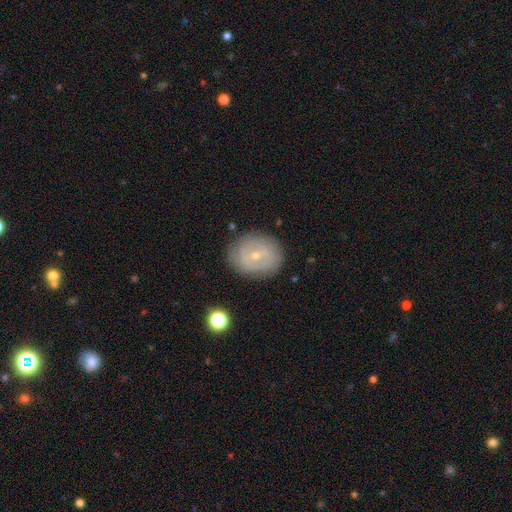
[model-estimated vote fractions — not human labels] A featured or disk galaxy (59%) with a weak bar (43%, tied with no), spiral arms (51%) and a small central bulge (63%). Merging: none (79%).